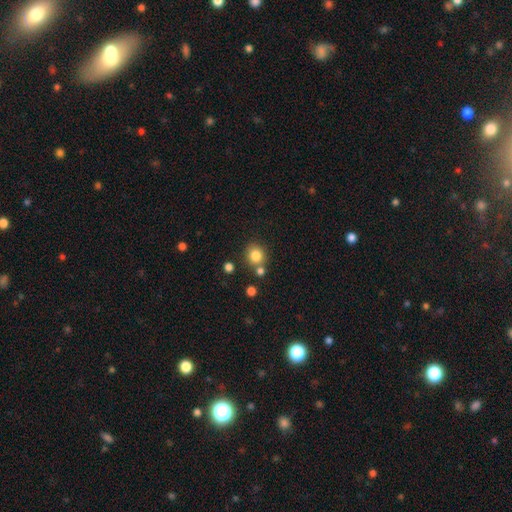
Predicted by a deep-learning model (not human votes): The model was most divided on "merging": none: 72%, merger: 15%, minor disturbance: 10%, major disturbance: 3%. More confident: how rounded — round (87%); smooth or featured — smooth (82%).